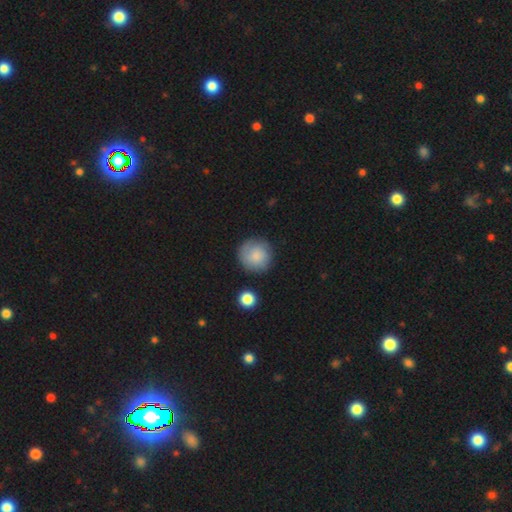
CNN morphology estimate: The model was most divided on "merging": none: 79%, minor disturbance: 14%, major disturbance: 4%, merger: 3%. More confident: how rounded — round (93%); smooth or featured — smooth (81%).